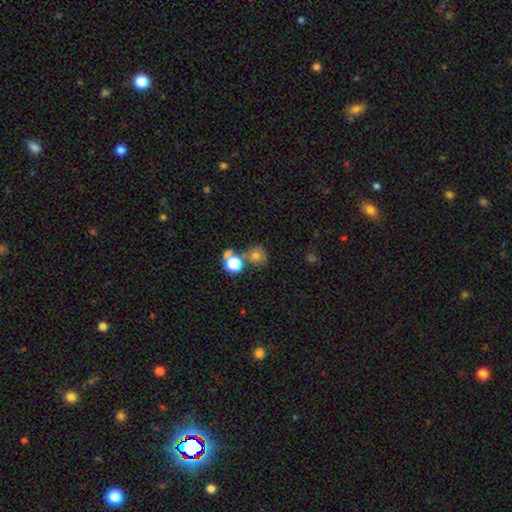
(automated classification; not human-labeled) This is likely a smooth galaxy (72%). How rounded: clearly round (87%). Merging: possibly none (57%).